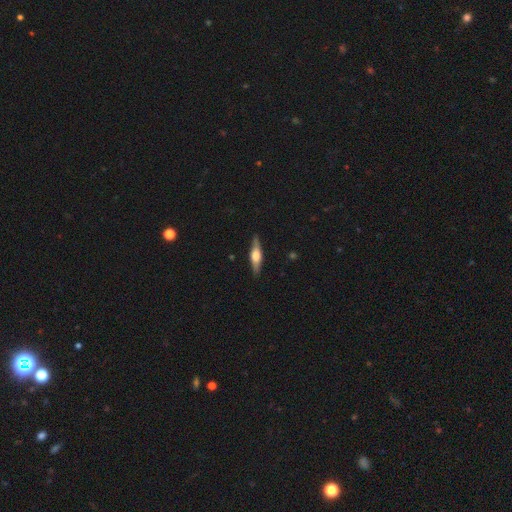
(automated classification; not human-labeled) Q: Smooth or featured?
A: featured or disk (61%); runner-up: smooth (34%)
Q: Edge-on disk?
A: yes (95%); runner-up: no (5%)
Q: Edge-on bulge?
A: rounded (89%); runner-up: boxy (8%)
Q: Merging?
A: none (89%); runner-up: minor disturbance (9%)